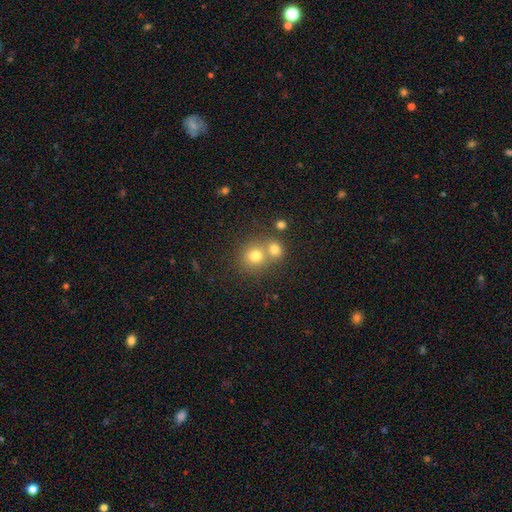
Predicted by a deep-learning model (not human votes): This appears to be a smooth galaxy with no disk features (75%) that is round (83%). Merging: none (47%).